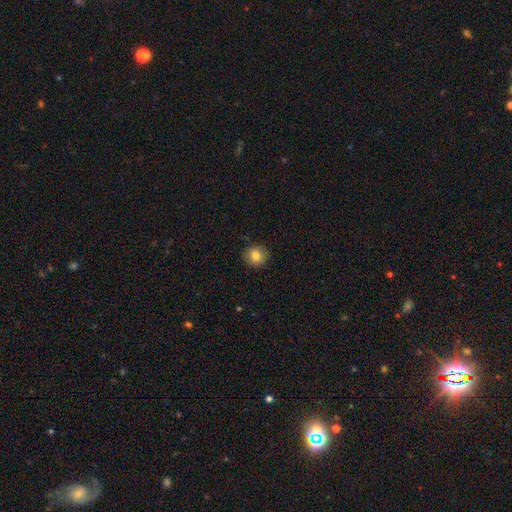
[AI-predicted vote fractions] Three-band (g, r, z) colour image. It shows a smooth galaxy with no disk features (81%) that is round (89%). Merging: none (89%).